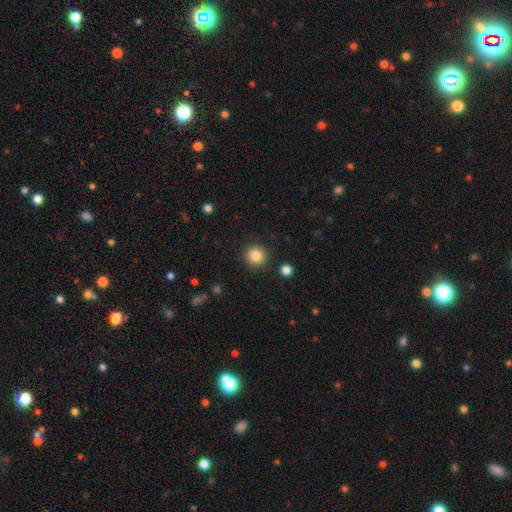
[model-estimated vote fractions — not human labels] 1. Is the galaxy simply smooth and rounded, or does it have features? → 85% smooth, 10% star or artifact, 4% featured or disk.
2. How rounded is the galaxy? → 93% round, 6% in between, 1% cigar-shaped.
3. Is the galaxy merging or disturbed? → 90% none, 6% minor disturbance, 2% major disturbance, 2% merger.